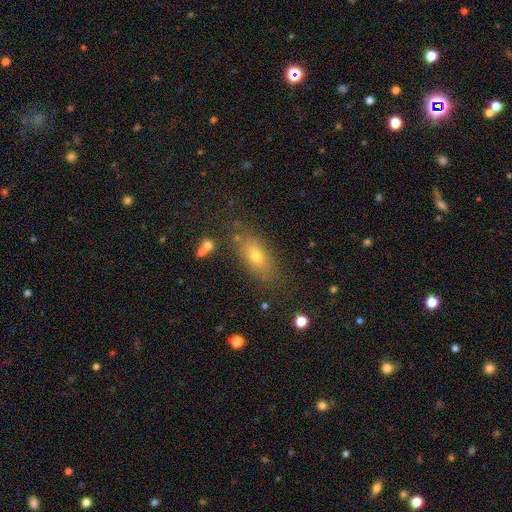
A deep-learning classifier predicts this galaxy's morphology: The model was most divided on "smooth or featured": smooth: 68%, featured or disk: 19%, star or artifact: 13%. More confident: merging — none (78%); how rounded — in between (72%).